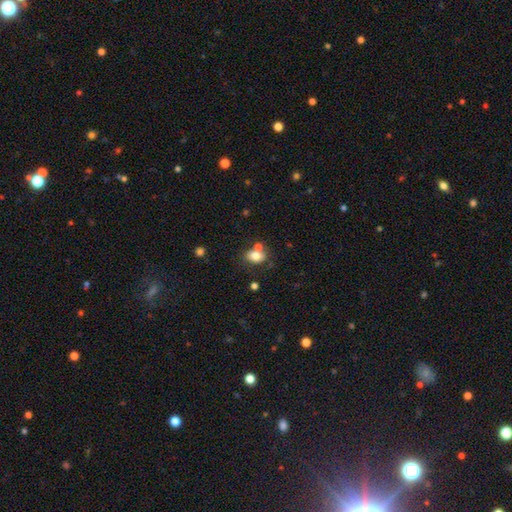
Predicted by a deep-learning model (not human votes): Q: Smooth or featured?
A: smooth (76%); runner-up: featured or disk (13%)
Q: How rounded?
A: in between (71%); runner-up: round (28%)
Q: Merging?
A: none (53%); runner-up: merger (27%)